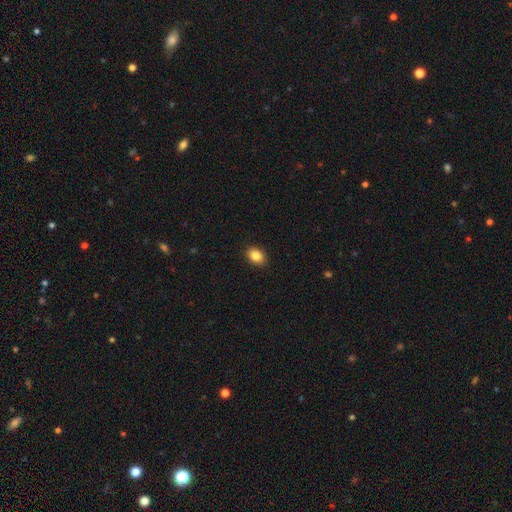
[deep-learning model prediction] This appears to be a smooth galaxy with no disk features (86%) that is in between round and cigar-shaped (75%). Merging: none (89%).